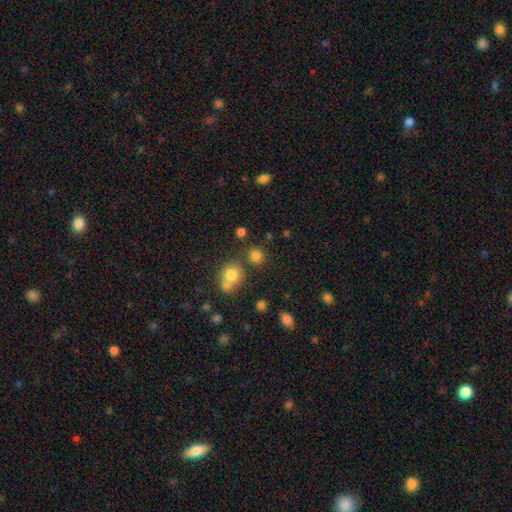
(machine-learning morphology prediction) Smooth or featured? smooth (80%)
How rounded? round (86%)
Merging? none (74%)